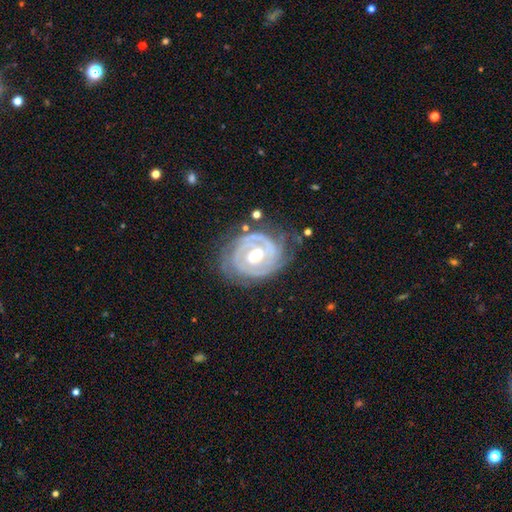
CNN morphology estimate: The model was most divided on "bar": weak: 41%, no: 36%, strong: 22%. More confident: edge-on disk — no (97%); spiral arms — yes (95%); smooth or featured — featured or disk (90%); spiral winding — tight (80%); merging — none (73%); bulge size — moderate (72%); spiral arm count — 2 (54%).